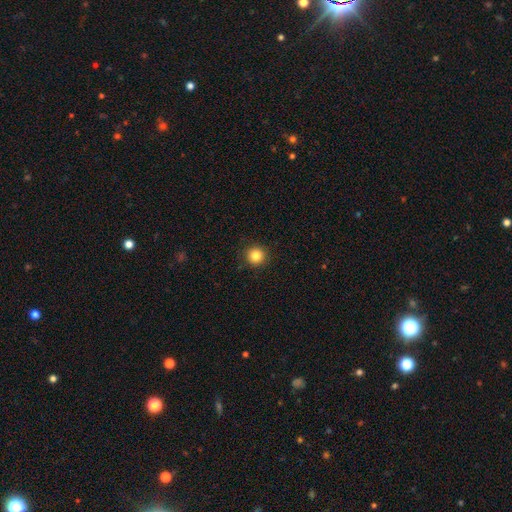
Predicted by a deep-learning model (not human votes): Q: Smooth or featured?
A: smooth (84%); runner-up: star or artifact (11%)
Q: How rounded?
A: round (95%); runner-up: in between (4%)
Q: Merging?
A: none (92%); runner-up: minor disturbance (5%)